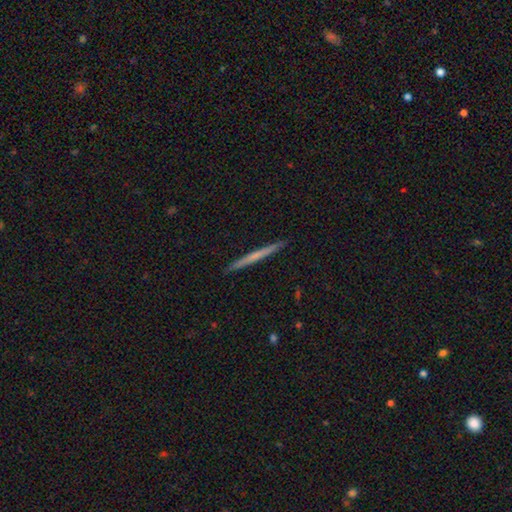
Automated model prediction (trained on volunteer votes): Smooth or featured?
  - featured or disk: 47% * (tied)
  - smooth: 47% * (tied)
  - star or artifact: 5%
Merging?
  - none: 93% *
  - minor disturbance: 5%
  - major disturbance: 1%
  - merger: 1%